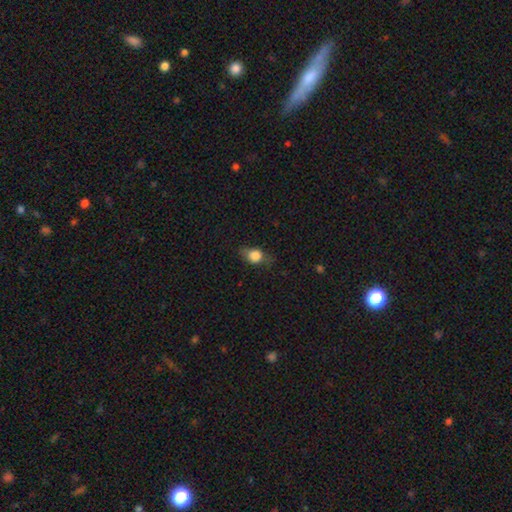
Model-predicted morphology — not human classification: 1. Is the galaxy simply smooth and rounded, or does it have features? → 77% smooth, 14% featured or disk, 9% star or artifact.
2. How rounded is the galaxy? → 54% in between, 42% round, 4% cigar-shaped.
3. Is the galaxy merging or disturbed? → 61% none, 28% minor disturbance, 10% major disturbance, 1% merger.